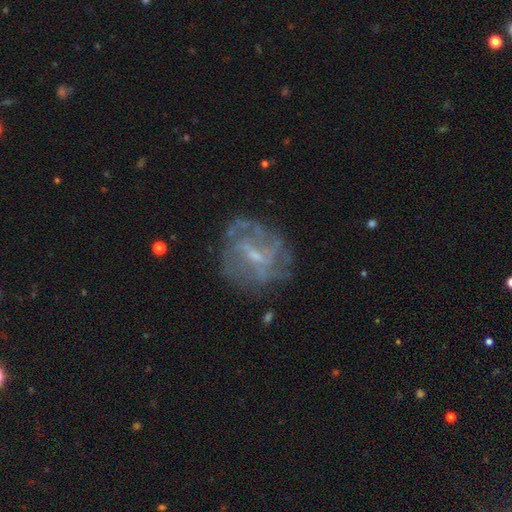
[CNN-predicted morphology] smooth-or-featured: featured or disk: 75% | smooth: 15% | star or artifact: 10%
  disk-edge-on: no: 97% | yes: 3%
    bar: weak: 57% | no: 25% | strong: 18%
    has-spiral-arms: yes: 69% | no: 31%
      spiral-winding: medium: 38% | tight: 37% | loose: 24%
      spiral-arm-count: can't tell: 52% | 2: 14% | 3: 12% | 4: 12% | more than 4: 5% | 1: 5%
    bulge-size: small: 58% | moderate: 26% | none: 14% | large: 1% | dominant: 1%
  merging: none: 67% | minor disturbance: 17% | major disturbance: 13% | merger: 2%